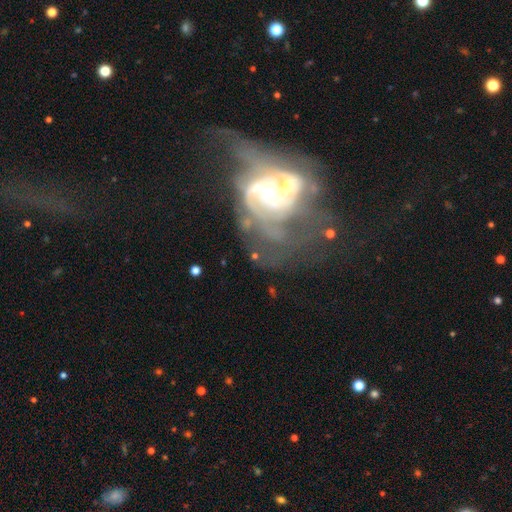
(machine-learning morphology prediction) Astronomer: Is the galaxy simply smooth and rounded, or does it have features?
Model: featured or disk — 77%.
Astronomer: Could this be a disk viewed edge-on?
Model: no — 97%.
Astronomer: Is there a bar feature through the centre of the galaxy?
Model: no — 63%.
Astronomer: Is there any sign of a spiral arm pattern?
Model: yes — 81%.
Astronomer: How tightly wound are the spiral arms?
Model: medium — 39% (runner-up: tight, 36%).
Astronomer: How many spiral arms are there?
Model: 2 — 39% (runner-up: can't tell, 31%).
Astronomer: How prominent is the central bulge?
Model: moderate — 53% (runner-up: small, 38%).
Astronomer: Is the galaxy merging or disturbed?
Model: merger — 40% (runner-up: major disturbance, 27%).